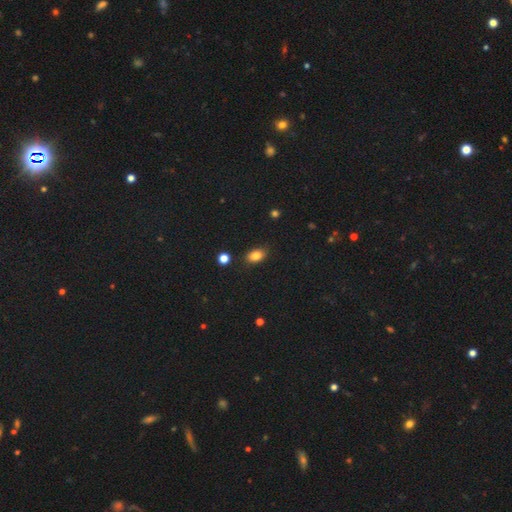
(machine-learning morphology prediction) Overall: smooth (82%). How rounded: in between (82%). Merging: none (84%).